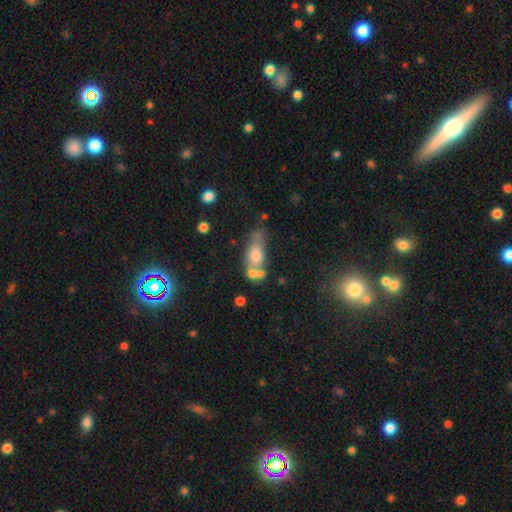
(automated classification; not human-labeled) A smooth galaxy with no disk features (45%). Merging: merger (40%).